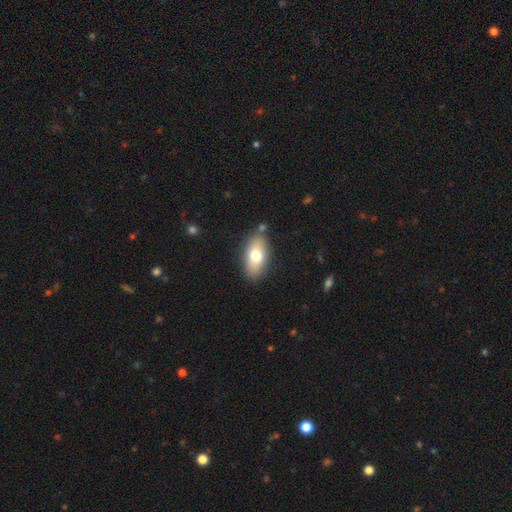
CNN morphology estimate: A smooth galaxy with no disk features (72%) that is in between round and cigar-shaped (90%). Merging: none (81%).